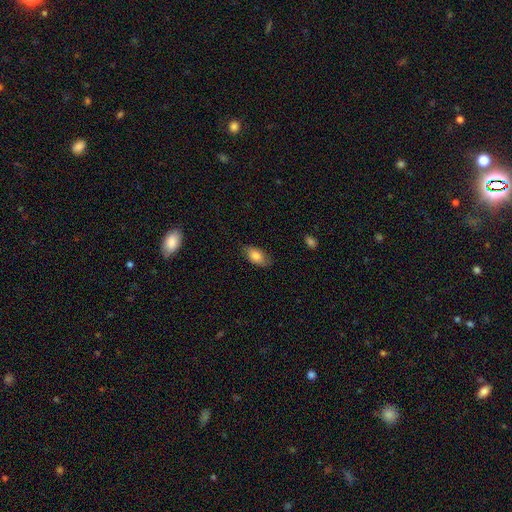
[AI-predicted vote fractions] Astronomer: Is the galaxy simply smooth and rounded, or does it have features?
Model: smooth — 81%.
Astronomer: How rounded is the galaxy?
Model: in between — 91%.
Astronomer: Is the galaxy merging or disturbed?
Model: none — 79%.